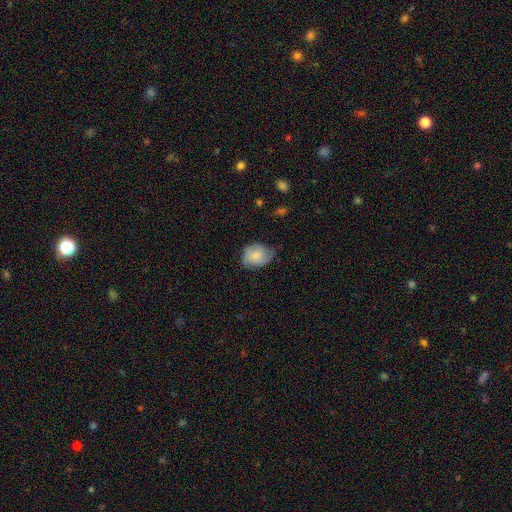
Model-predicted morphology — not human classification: smooth_or_featured: smooth (p=0.66) [alt: featured or disk p=0.27]
how_rounded: in between (p=0.57) [alt: round p=0.42]
merging: none (p=0.52) [alt: minor disturbance p=0.37]